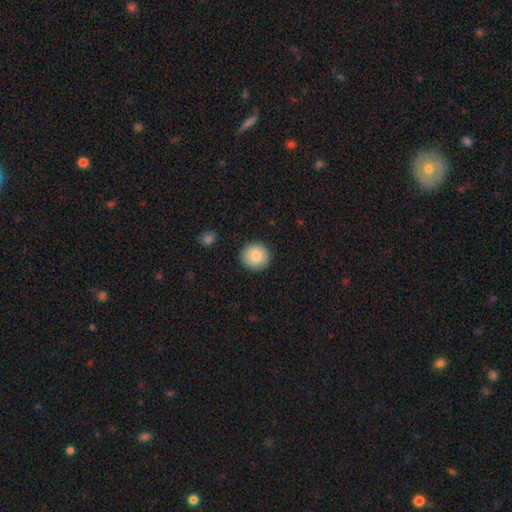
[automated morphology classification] This appears to be a smooth galaxy with no disk features (86%) that is round (91%). Merging: none (89%).